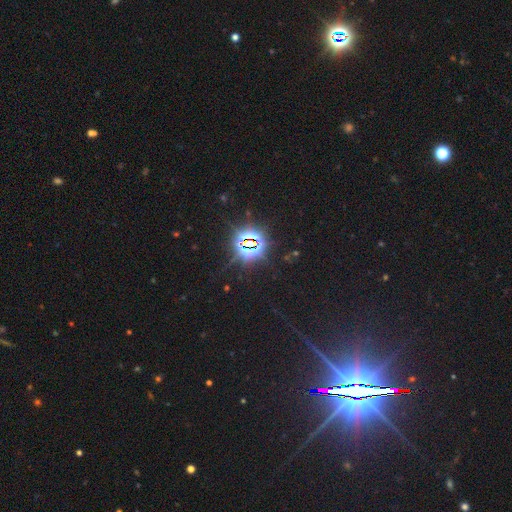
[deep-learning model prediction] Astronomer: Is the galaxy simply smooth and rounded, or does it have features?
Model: star or artifact — 85%.